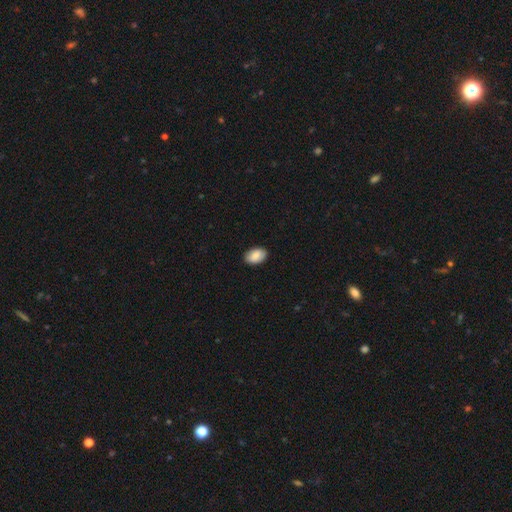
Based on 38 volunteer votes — A smooth galaxy with no disk features (87%) that is in between round and cigar-shaped (88%).

Vote fractions:
- Smooth or featured? smooth: 87% / featured or disk: 13% / star or artifact: 0%
- How rounded? in between: 88% / round: 12% / cigar-shaped: 0%
- Merging? none: 87% / minor disturbance: 11% / major disturbance: 3% / merger: 0%